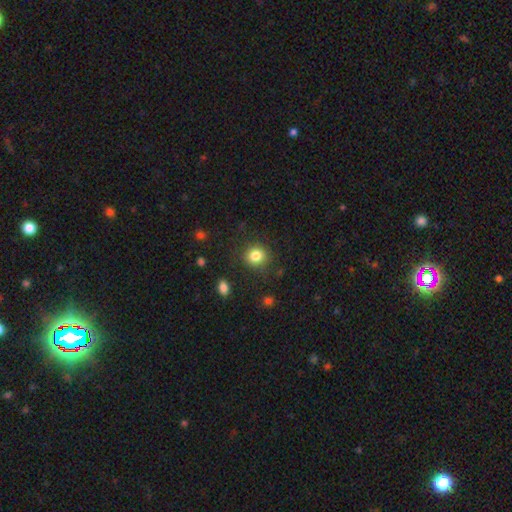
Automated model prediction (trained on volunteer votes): Smooth or featured?
  - smooth: 83% *
  - star or artifact: 11%
  - featured or disk: 6%
How rounded?
  - round: 81% *
  - in between: 18%
  - cigar-shaped: 1%
Merging?
  - none: 85% *
  - minor disturbance: 10%
  - major disturbance: 3%
  - merger: 2%